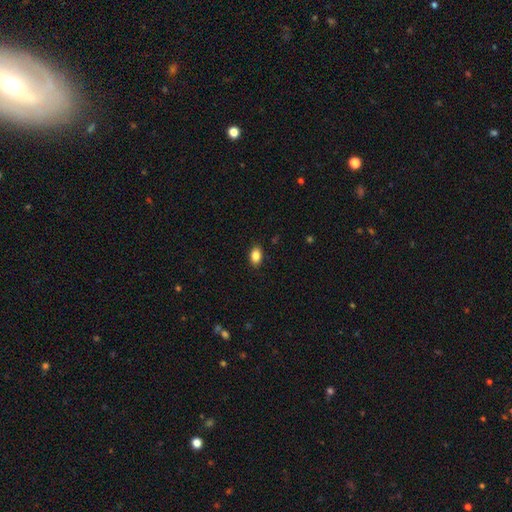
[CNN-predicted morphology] Smooth or featured?
  - smooth: 86% *
  - star or artifact: 8%
  - featured or disk: 6%
How rounded?
  - in between: 86% *
  - round: 13%
  - cigar-shaped: 2%
Merging?
  - none: 88% *
  - minor disturbance: 9%
  - major disturbance: 2%
  - merger: 1%